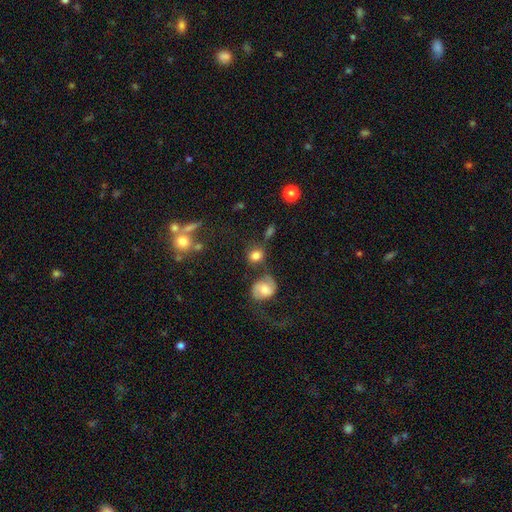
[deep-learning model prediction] smooth-or-featured: smooth: 76% | featured or disk: 13% | star or artifact: 11%
  how-rounded: round: 72% | in between: 27% | cigar-shaped: 2%
  merging: none: 59% | minor disturbance: 16% | merger: 16% | major disturbance: 9%